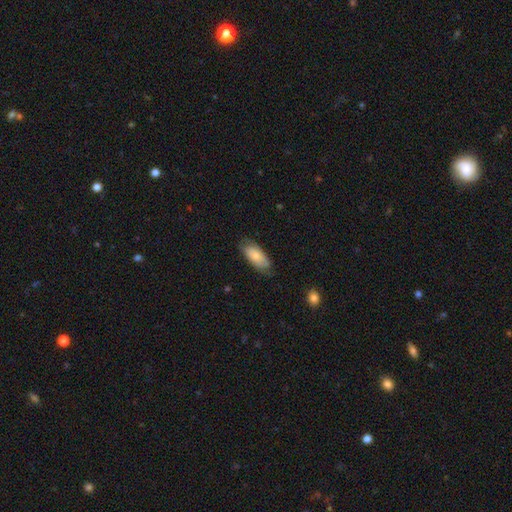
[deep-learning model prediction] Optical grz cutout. It shows a smooth galaxy with no disk features (68%) that is in between round and cigar-shaped (87%). Merging: none (69%).